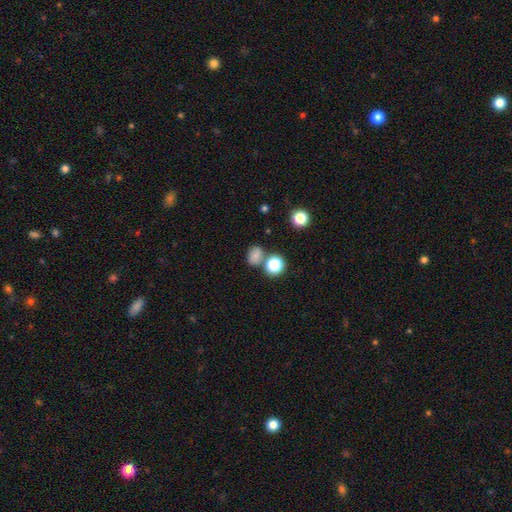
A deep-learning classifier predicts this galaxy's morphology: The model was most divided on "how rounded": round: 50%, in between: 49%, cigar-shaped: 1%. More confident: smooth or featured — smooth (75%); merging — none (60%).